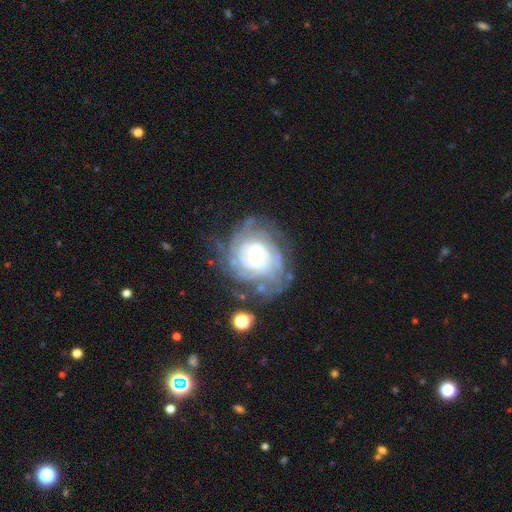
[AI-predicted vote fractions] Smooth or featured: featured or disk — 80% (smooth — 12%)
Edge-on disk: no — 97% (yes — 3%)
Bar: no — 73% (weak — 21%)
Spiral arms: yes — 92% (no — 8%)
Spiral winding: tight — 73% (medium — 21%)
Spiral arm count: can't tell — 46% (4 — 13%)
Bulge size: small — 39% (moderate — 23%)
Merging: none — 65% (minor disturbance — 19%)